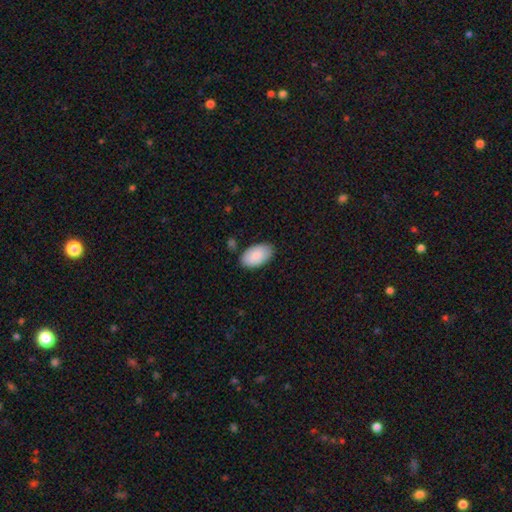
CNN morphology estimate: Overall: smooth (87%). How rounded: in between (95%). Merging: none (81%).